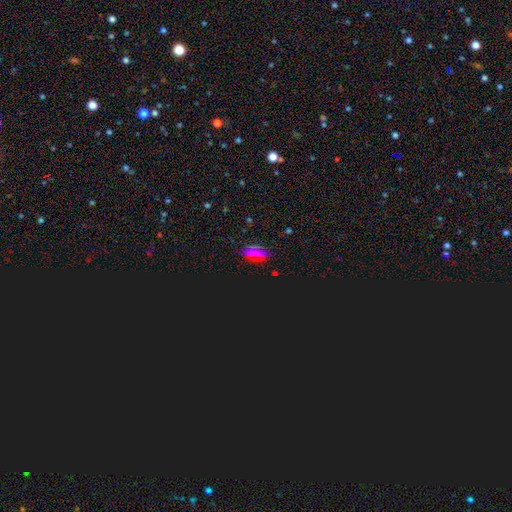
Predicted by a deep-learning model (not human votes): Smooth or featured? Predicted: star or artifact (p=0.49).